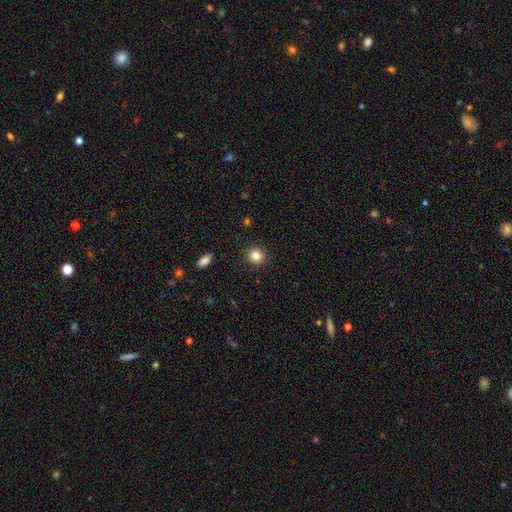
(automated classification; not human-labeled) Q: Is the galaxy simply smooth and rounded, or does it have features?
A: smooth — 84%.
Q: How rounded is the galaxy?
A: round — 90%.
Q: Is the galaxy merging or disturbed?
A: none — 91%.